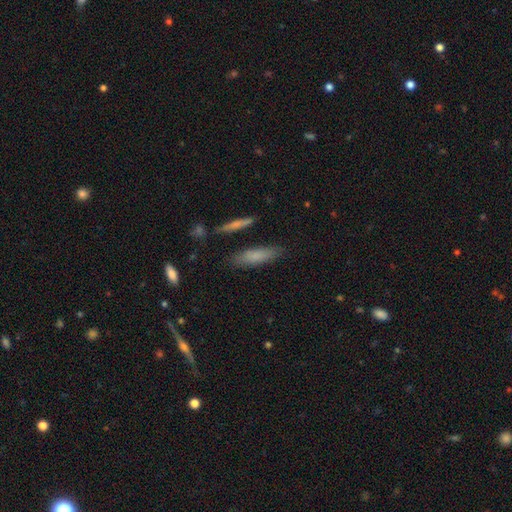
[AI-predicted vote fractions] Smooth or featured? Predicted: smooth (p=0.75). How rounded? Predicted: cigar-shaped (p=0.68). Merging? Predicted: none (p=0.83).